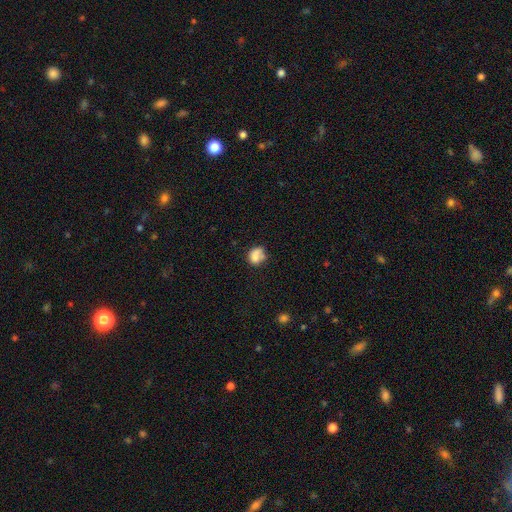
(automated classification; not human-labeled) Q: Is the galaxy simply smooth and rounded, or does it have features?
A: smooth — 73%.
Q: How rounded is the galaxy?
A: round — 59%.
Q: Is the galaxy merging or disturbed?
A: none — 41%.